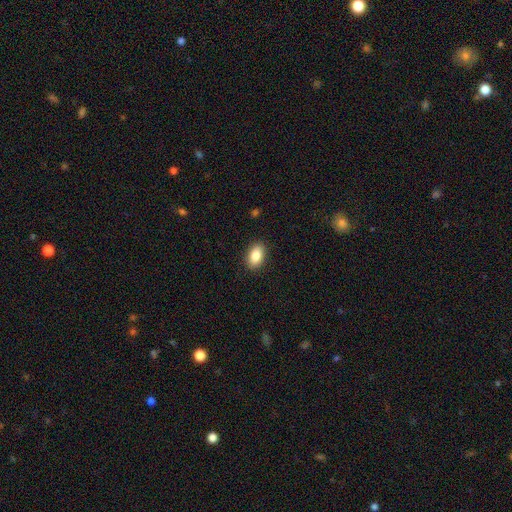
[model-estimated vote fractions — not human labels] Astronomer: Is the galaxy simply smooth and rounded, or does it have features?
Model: smooth — 87%.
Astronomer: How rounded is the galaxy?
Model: in between — 91%.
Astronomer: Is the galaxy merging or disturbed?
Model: none — 89%.